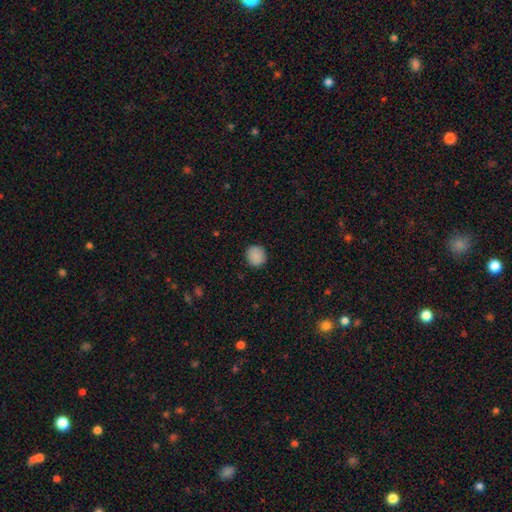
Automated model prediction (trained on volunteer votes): A smooth galaxy with no disk features (88%) that is round (89%).

Vote fractions:
- Smooth or featured? smooth: 88% / star or artifact: 9% / featured or disk: 4%
- How rounded? round: 89% / in between: 10% / cigar-shaped: 1%
- Merging? none: 88% / minor disturbance: 9% / major disturbance: 2% / merger: 1%